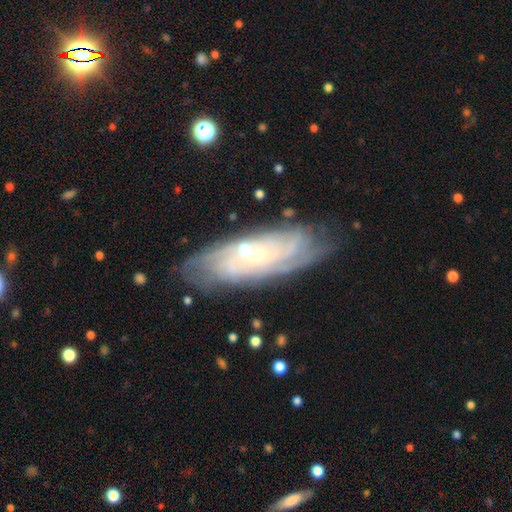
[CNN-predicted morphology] Q: Smooth or featured?
A: featured or disk (78%); runner-up: smooth (15%)
Q: Edge-on disk?
A: no (86%); runner-up: yes (14%)
Q: Bar?
A: no (76%); runner-up: weak (19%)
Q: Spiral arms?
A: yes (92%); runner-up: no (8%)
Q: Spiral winding?
A: tight (75%); runner-up: medium (20%)
Q: Spiral arm count?
A: can't tell (51%); runner-up: 4 (14%)
Q: Bulge size?
A: small (82%); runner-up: moderate (12%)
Q: Merging?
A: none (78%); runner-up: minor disturbance (15%)